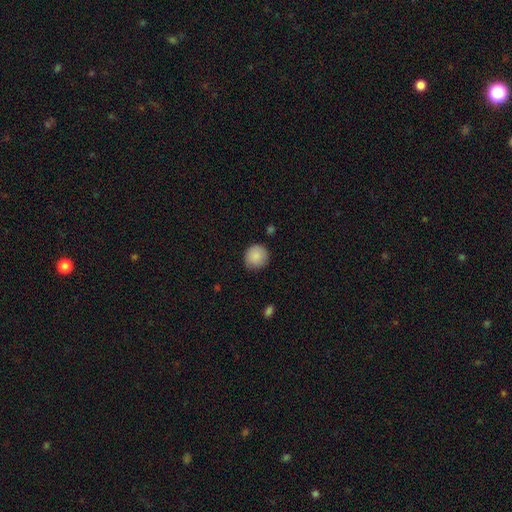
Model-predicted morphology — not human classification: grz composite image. It shows a smooth galaxy with no disk features (88%) that is round (91%). Merging: none (84%).